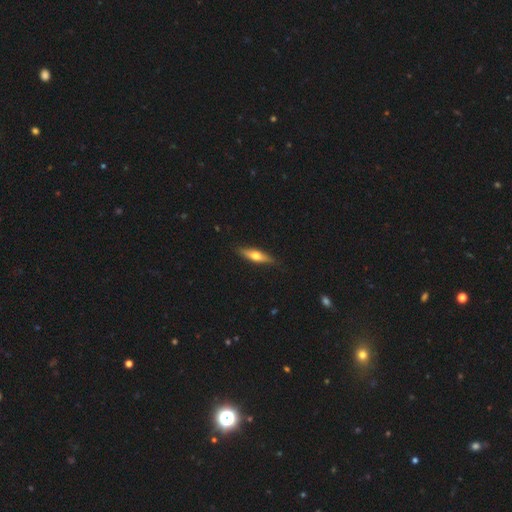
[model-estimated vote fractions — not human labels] smooth-or-featured: smooth: 50% | featured or disk: 44% | star or artifact: 6%
  how-rounded: cigar-shaped: 67% | in between: 30% | round: 2%
  merging: none: 87% | minor disturbance: 10% | major disturbance: 2% | merger: 1%